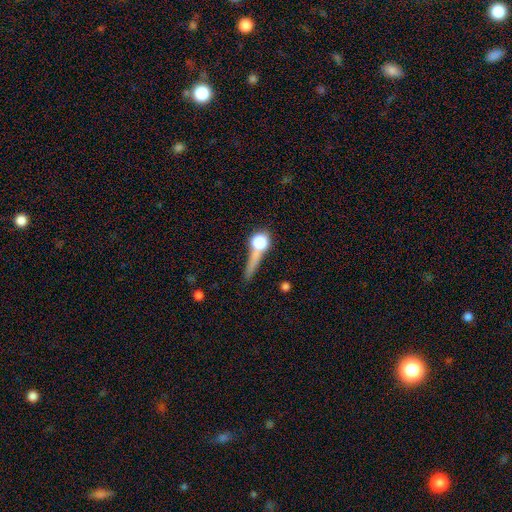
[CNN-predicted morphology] Overall: smooth (56%; featured or disk 27%). How rounded: cigar-shaped (44%; round 41%). Merging: none (56%; merger 17%).